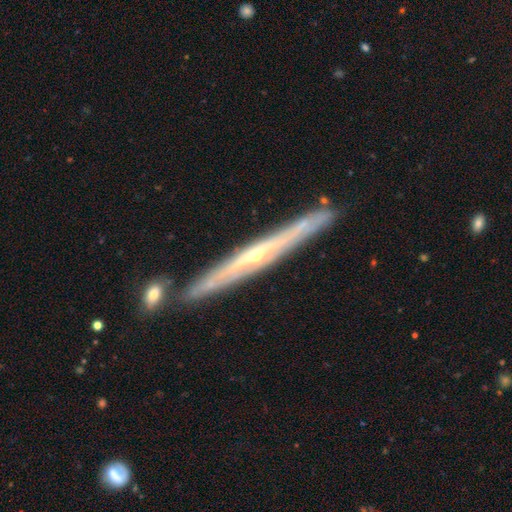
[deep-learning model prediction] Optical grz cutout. It shows a featured or disk galaxy (81%) viewed edge-on (94%) with a rounded central bulge (66%). Merging: none (84%).